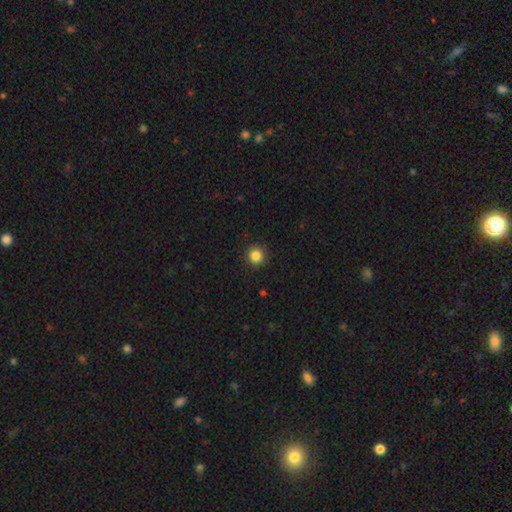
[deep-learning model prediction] Morphology: type=smooth (85%); roundness=round (95%); merging=none (93%).